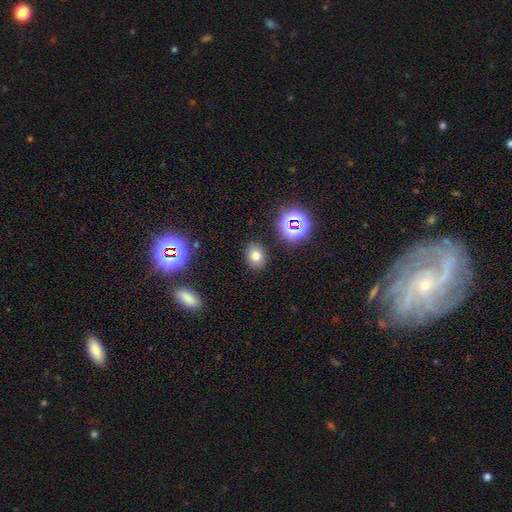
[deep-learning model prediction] smooth 72%, star or artifact 19%, featured or disk 9%. Down the decision tree: how rounded — round (51%); merging — none (85%).